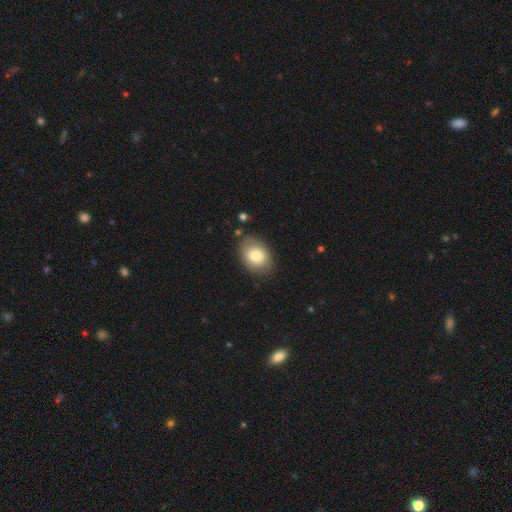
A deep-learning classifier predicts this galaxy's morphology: smooth 79%, featured or disk 14%, star or artifact 7%. Down the decision tree: how rounded — in between (78%); merging — none (80%).